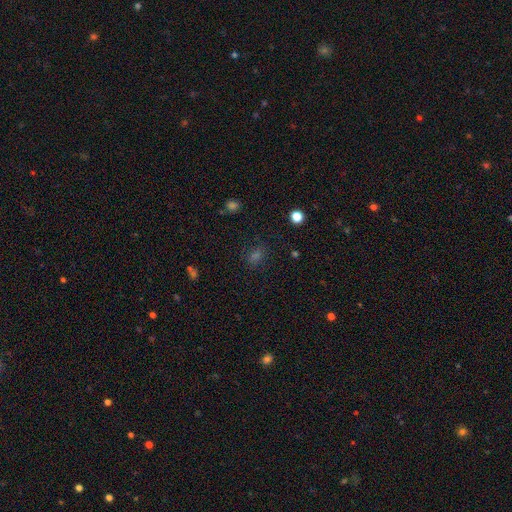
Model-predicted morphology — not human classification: smooth-or-featured: smooth: 56% | star or artifact: 35% | featured or disk: 9%
  how-rounded: in between: 53% | round: 44% | cigar-shaped: 3%
  merging: none: 83% | minor disturbance: 11% | major disturbance: 5% | merger: 2%